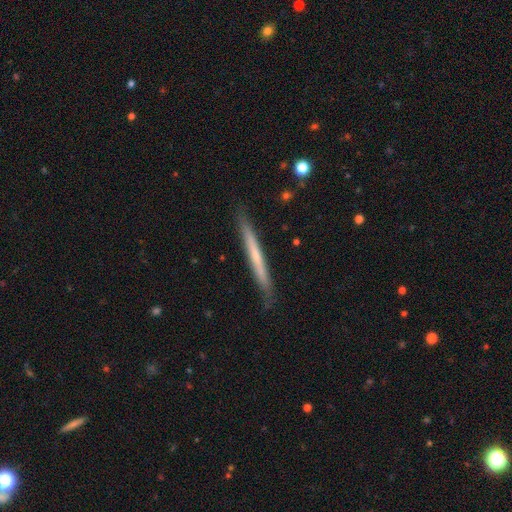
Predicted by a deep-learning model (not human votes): The model was most divided on "smooth or featured" (2-way tie): featured or disk: 47%, smooth: 47%, star or artifact: 6%. More confident: merging — none (88%).